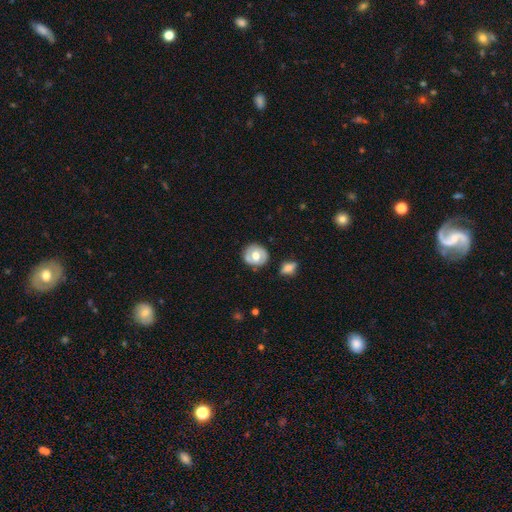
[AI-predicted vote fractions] Smooth or featured: smooth — 51% (featured or disk — 43%)
How rounded: round — 80% (in between — 19%)
Merging: none — 78% (minor disturbance — 14%)